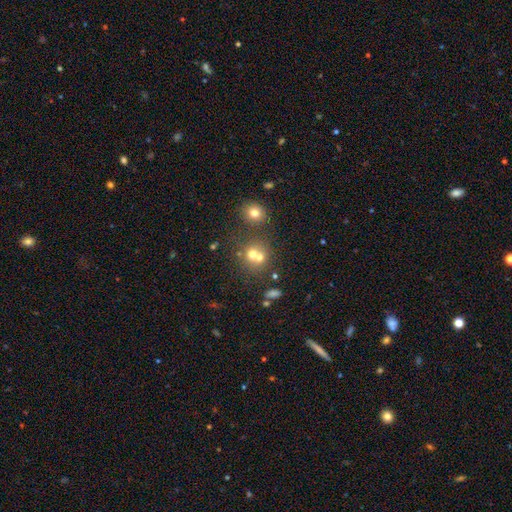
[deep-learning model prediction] Smooth or featured? Predicted: smooth (p=0.66). How rounded? Predicted: round (p=0.82). Merging? Predicted: merger (p=0.46).